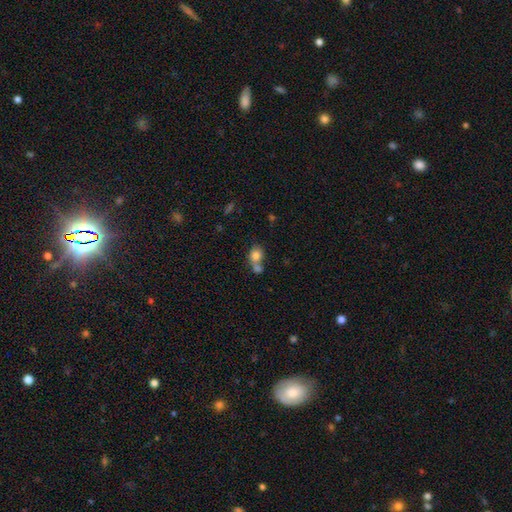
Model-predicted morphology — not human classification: A smooth galaxy with no disk features (80%) that is round (64%). Merging: merger (54%).